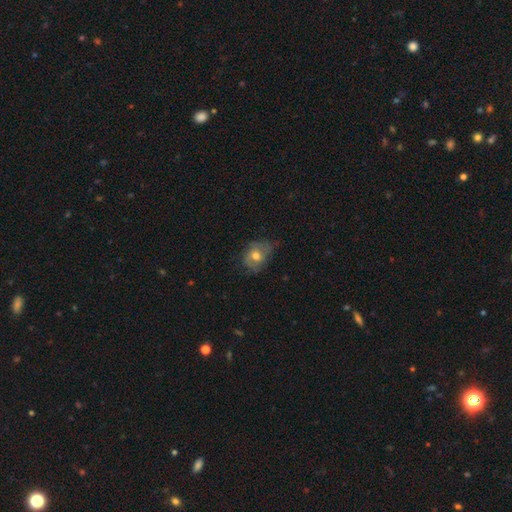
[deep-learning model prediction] A featured or disk galaxy (48%). Merging: none (59%).